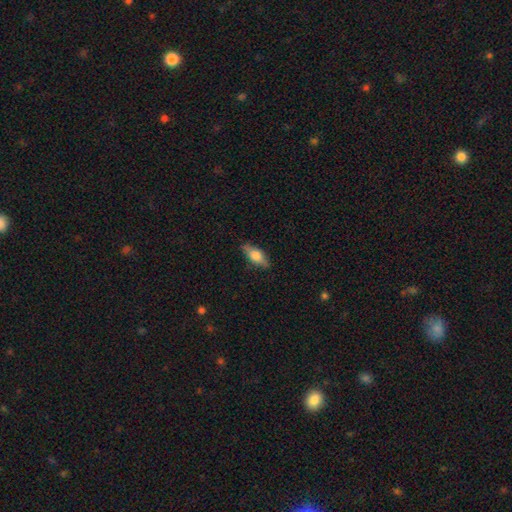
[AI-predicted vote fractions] smooth_or_featured: smooth (p=0.64) [alt: featured or disk p=0.29]
how_rounded: in between (p=0.74) [alt: cigar-shaped p=0.22]
merging: none (p=0.80) [alt: minor disturbance p=0.16]